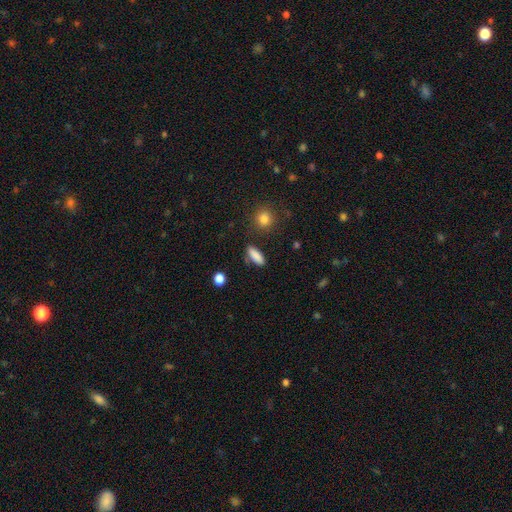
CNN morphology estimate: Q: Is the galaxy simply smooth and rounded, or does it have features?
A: smooth — 87%.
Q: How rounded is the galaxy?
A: in between — 60%.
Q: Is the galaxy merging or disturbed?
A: none — 82%.